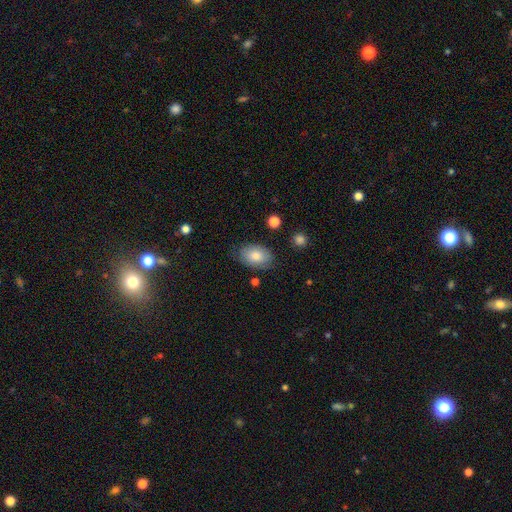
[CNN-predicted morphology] smooth-or-featured: smooth: 80% | featured or disk: 13% | star or artifact: 7%
  how-rounded: in between: 86% | round: 12% | cigar-shaped: 1%
  merging: none: 78% | minor disturbance: 17% | major disturbance: 4% | merger: 2%